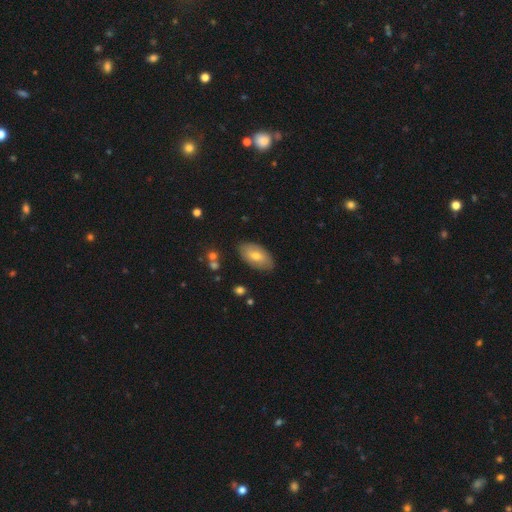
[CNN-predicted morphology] A smooth galaxy with no disk features (63%) that is in between round and cigar-shaped (94%).

Vote fractions:
- Smooth or featured? smooth: 63% / featured or disk: 29% / star or artifact: 8%
- How rounded? in between: 94% / round: 3% / cigar-shaped: 3%
- Merging? none: 84% / minor disturbance: 12% / major disturbance: 2% / merger: 2%